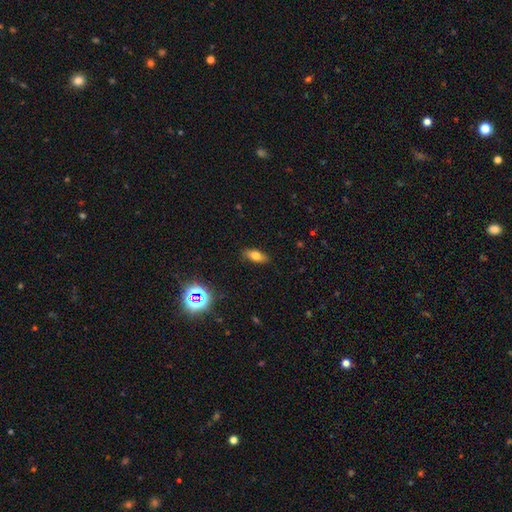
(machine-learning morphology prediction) This is likely a smooth galaxy (72%). How rounded: likely in between (78%). Merging: clearly none (87%).